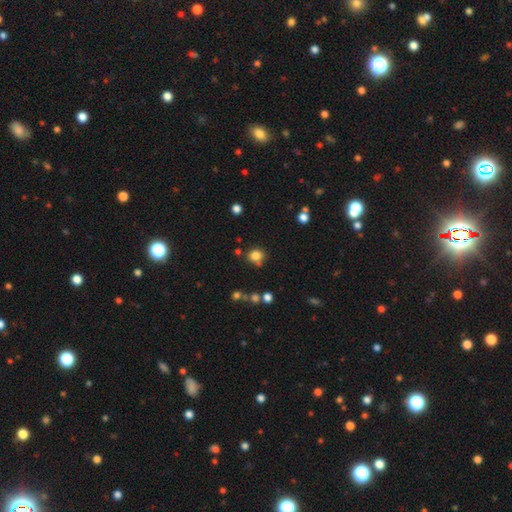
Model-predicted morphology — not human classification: A smooth galaxy with no disk features (81%) that is round (79%). Merging: none (73%).